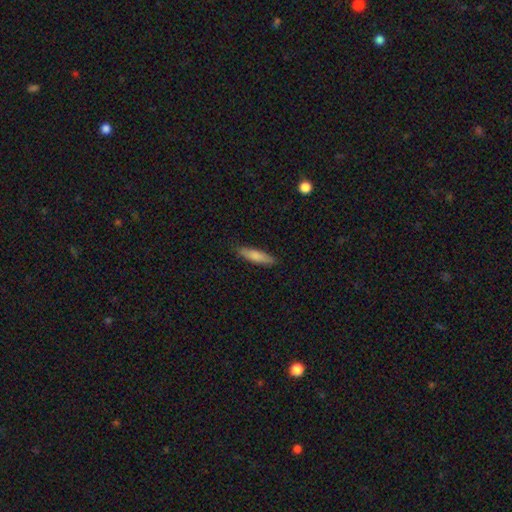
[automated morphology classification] Q: Smooth or featured?
A: smooth (80%); runner-up: featured or disk (14%)
Q: How rounded?
A: cigar-shaped (68%); runner-up: in between (30%)
Q: Merging?
A: none (85%); runner-up: minor disturbance (12%)